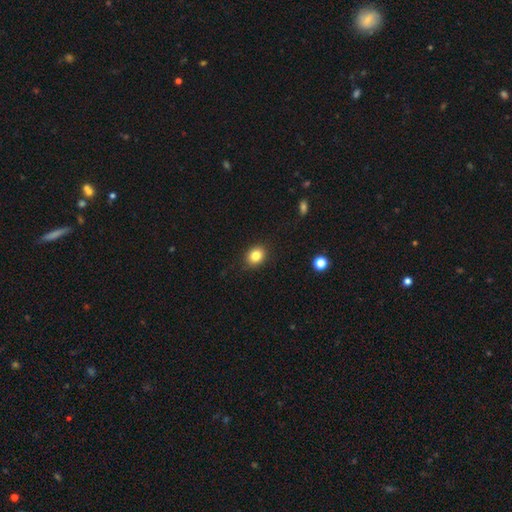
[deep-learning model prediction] This appears to be a smooth galaxy with no disk features (83%) that is round (53%). Merging: none (88%).